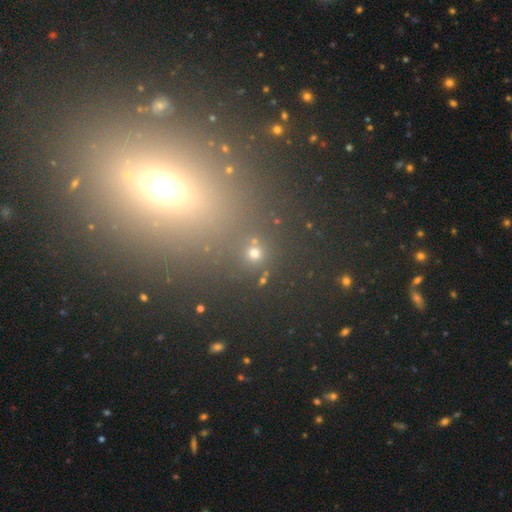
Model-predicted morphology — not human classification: This is likely a smooth galaxy (65%). How rounded: clearly round (92%). Merging: clearly none (81%).